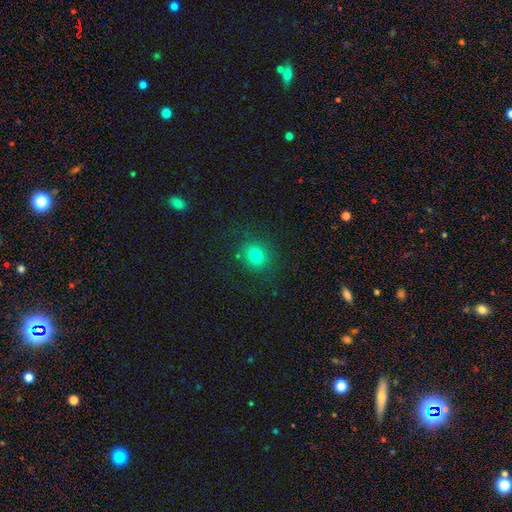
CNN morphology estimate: This appears to be a smooth galaxy with no disk features (78%) that is round (83%). Merging: none (85%).